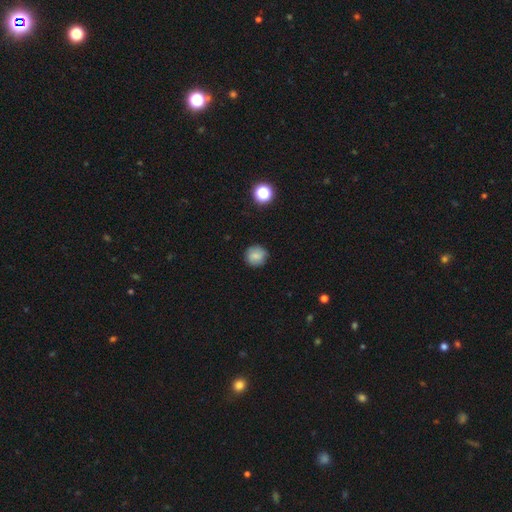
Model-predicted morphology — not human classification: This appears to be a smooth galaxy with no disk features (77%) that is round (90%). Merging: none (86%).